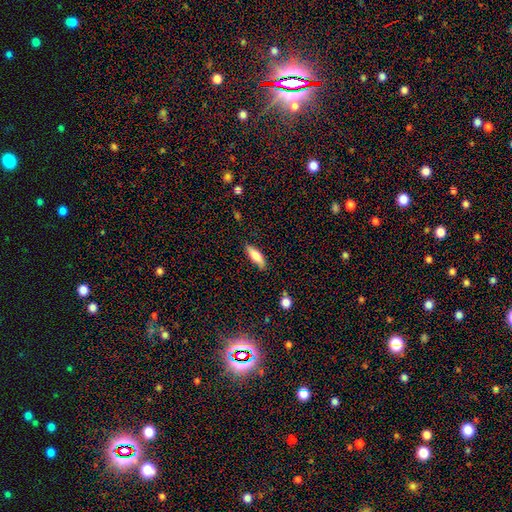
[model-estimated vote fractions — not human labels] Smooth or featured?
  - smooth: 76% *
  - featured or disk: 17%
  - star or artifact: 7%
How rounded?
  - in between: 58% *
  - cigar-shaped: 40%
  - round: 2%
Merging?
  - none: 77% *
  - minor disturbance: 18%
  - major disturbance: 3%
  - merger: 2%